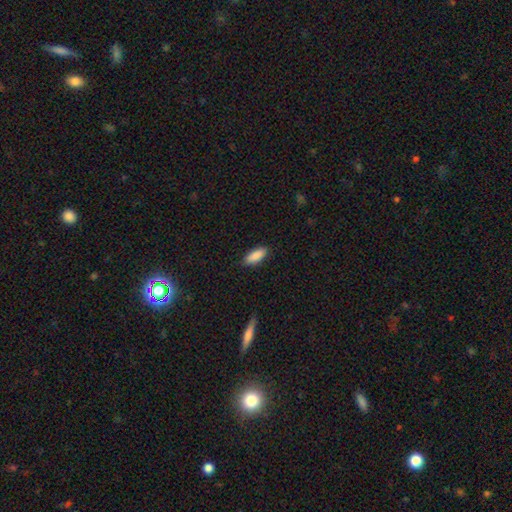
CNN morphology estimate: A smooth galaxy with no disk features (88%) that is in between round and cigar-shaped (74%).

Vote fractions:
- Smooth or featured? smooth: 88% / star or artifact: 6% / featured or disk: 5%
- How rounded? in between: 74% / cigar-shaped: 24% / round: 2%
- Merging? none: 87% / minor disturbance: 10% / major disturbance: 2% / merger: 1%